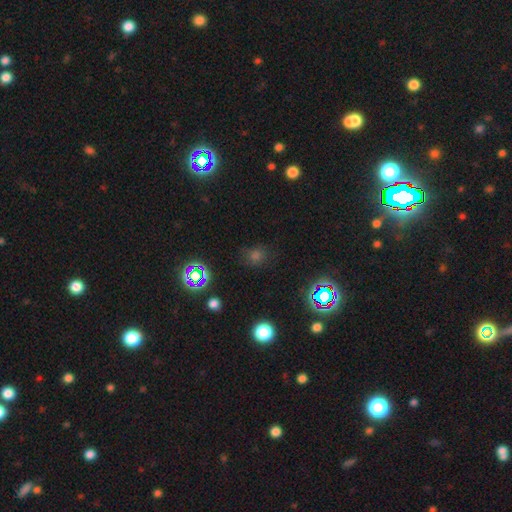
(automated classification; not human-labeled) Overall: smooth (50%; star or artifact 43%). Merging: none (84%).